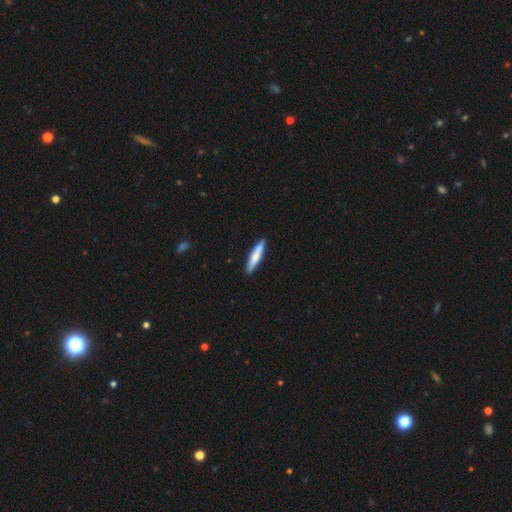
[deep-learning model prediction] Smooth or featured: smooth — 69% (featured or disk — 26%)
How rounded: cigar-shaped — 88% (in between — 11%)
Merging: none — 89% (minor disturbance — 8%)